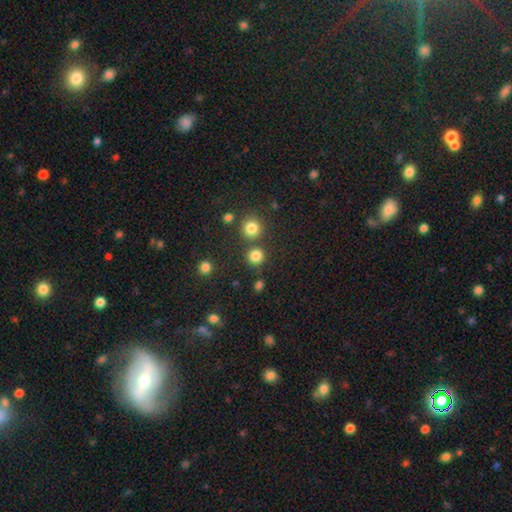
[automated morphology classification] Smooth or featured?
  - smooth: 81% *
  - star or artifact: 15%
  - featured or disk: 4%
How rounded?
  - round: 92% *
  - in between: 7%
  - cigar-shaped: 1%
Merging?
  - none: 79% *
  - merger: 12%
  - minor disturbance: 6%
  - major disturbance: 3%